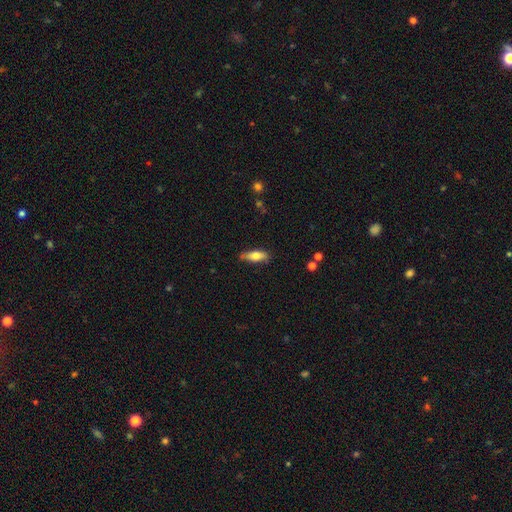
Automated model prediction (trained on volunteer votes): Morphology: type=smooth (70%); roundness=in between (58%); merging=none (77%).